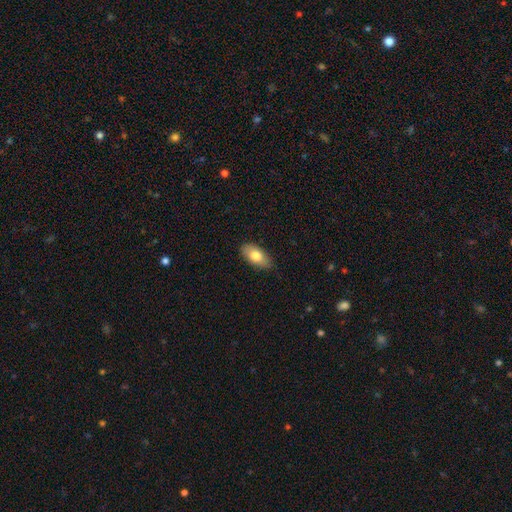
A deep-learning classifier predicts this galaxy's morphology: This appears to be a smooth galaxy with no disk features (76%) that is in between round and cigar-shaped (91%). Merging: none (83%).